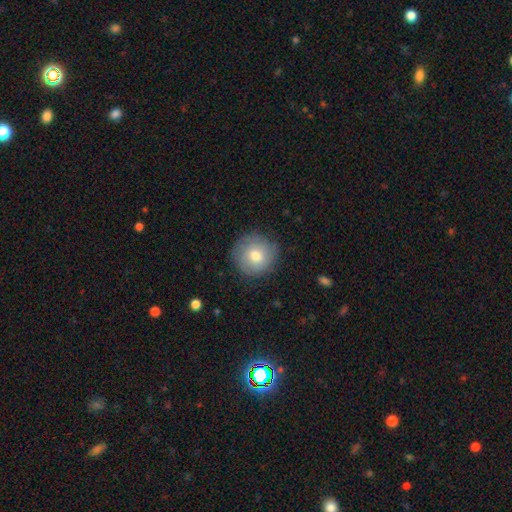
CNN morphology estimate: This appears to be a smooth galaxy with no disk features (72%) that is round (94%). Merging: none (83%).